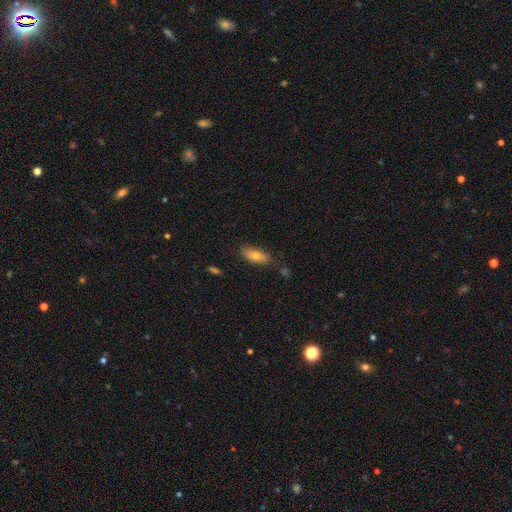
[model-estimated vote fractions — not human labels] This is likely a smooth galaxy (74%). How rounded: likely in between (74%). Merging: likely none (77%).